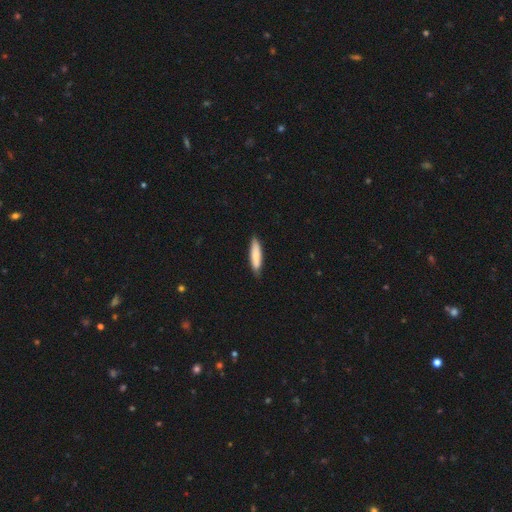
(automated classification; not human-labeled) smooth 81%, featured or disk 14%, star or artifact 5%. Down the decision tree: how rounded — cigar-shaped (75%); merging — none (80%).